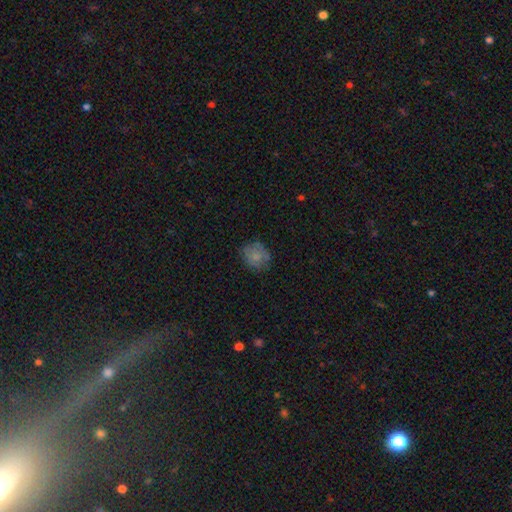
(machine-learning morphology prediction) A smooth galaxy with no disk features (68%) that is round (71%).

Vote fractions:
- Smooth or featured? smooth: 68% / featured or disk: 22% / star or artifact: 10%
- How rounded? round: 71% / in between: 28% / cigar-shaped: 1%
- Merging? none: 70% / minor disturbance: 21% / major disturbance: 7% / merger: 2%